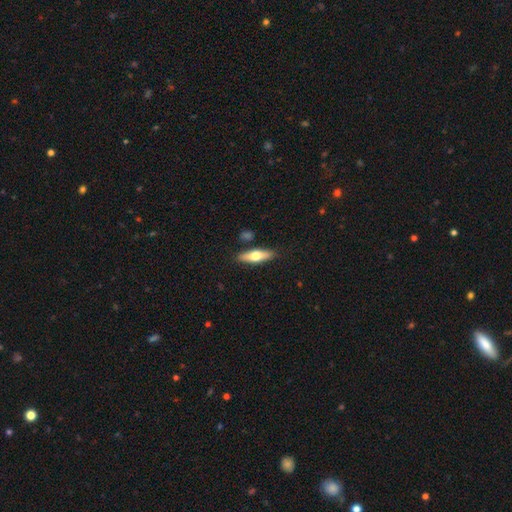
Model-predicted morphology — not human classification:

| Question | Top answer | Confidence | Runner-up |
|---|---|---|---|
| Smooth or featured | smooth | 53% | featured or disk (41%) |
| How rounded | cigar-shaped | 55% | in between (42%) |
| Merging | none | 83% | minor disturbance (11%) |